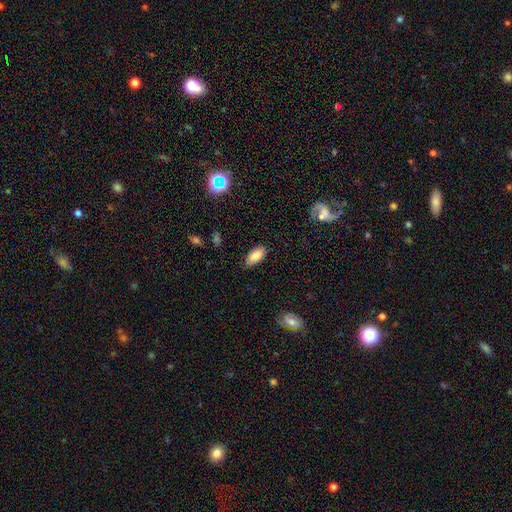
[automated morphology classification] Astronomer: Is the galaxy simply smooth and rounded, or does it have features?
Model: smooth — 84%.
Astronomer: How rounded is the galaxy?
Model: in between — 90%.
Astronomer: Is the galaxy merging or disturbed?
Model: none — 82%.